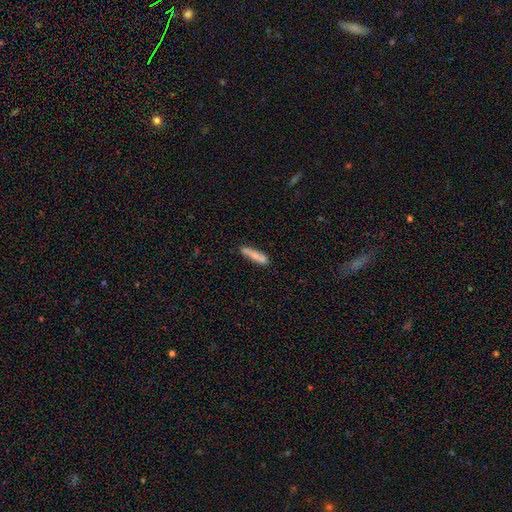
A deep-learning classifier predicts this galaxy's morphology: A smooth galaxy with no disk features (74%) that is cigar-shaped (84%). Merging: none (80%).